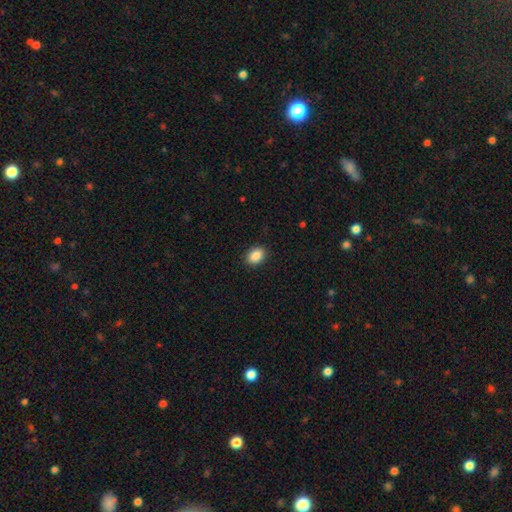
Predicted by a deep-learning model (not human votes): Smooth or featured? smooth (89%)
How rounded? in between (75%)
Merging? none (89%)